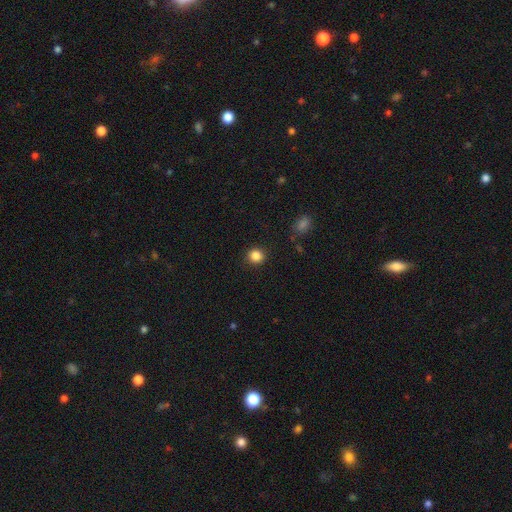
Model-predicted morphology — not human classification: The model was most divided on "smooth or featured": smooth: 85%, star or artifact: 12%, featured or disk: 4%. More confident: merging — none (90%); how rounded — round (90%).